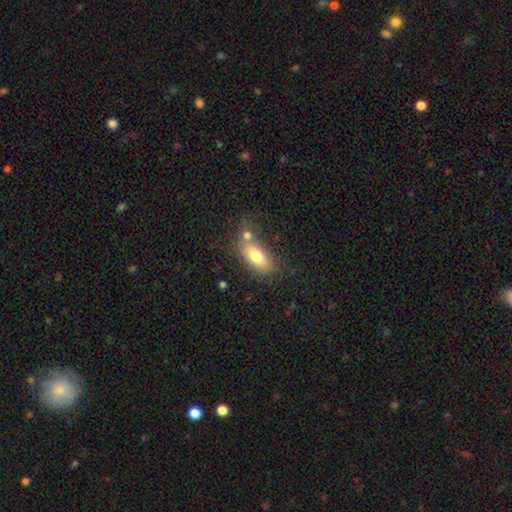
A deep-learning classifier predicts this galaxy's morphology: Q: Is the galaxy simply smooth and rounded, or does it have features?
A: smooth — 73%.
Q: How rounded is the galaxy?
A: in between — 80%.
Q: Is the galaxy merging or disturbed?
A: none — 53%.